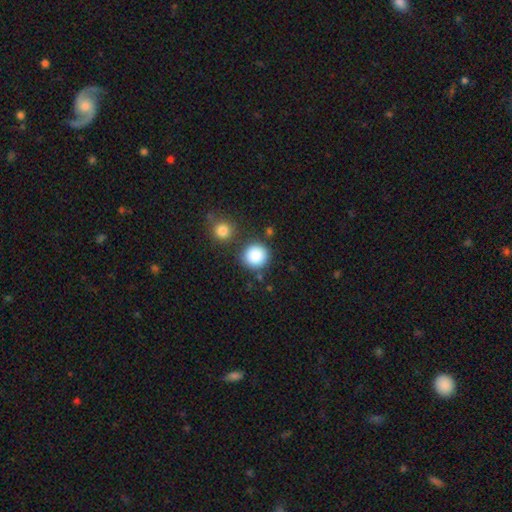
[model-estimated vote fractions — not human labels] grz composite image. It shows a smooth galaxy with no disk features (87%) that is round (92%). Merging: none (79%).